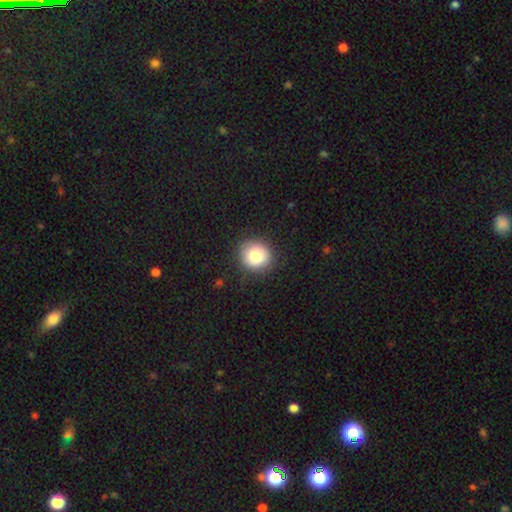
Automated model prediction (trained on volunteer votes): Smooth or featured? smooth (83%)
How rounded? round (85%)
Merging? none (85%)